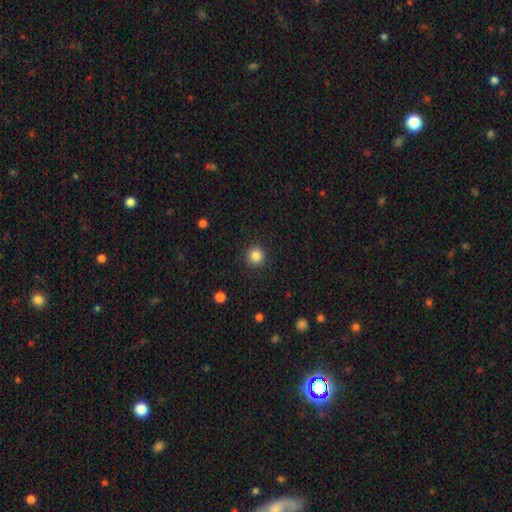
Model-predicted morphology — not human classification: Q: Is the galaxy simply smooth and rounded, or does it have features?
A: smooth — 85%.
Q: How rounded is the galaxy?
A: round — 94%.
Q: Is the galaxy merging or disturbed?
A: none — 91%.